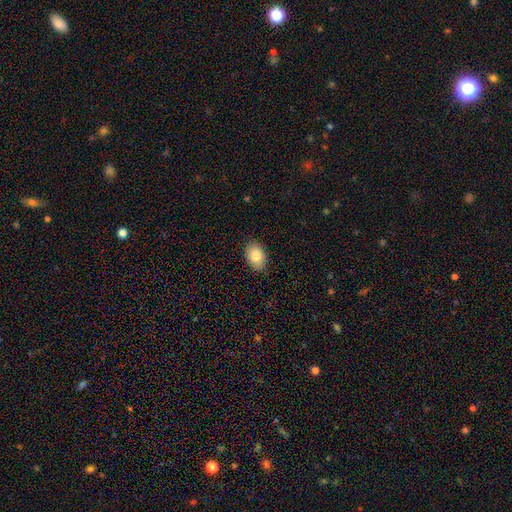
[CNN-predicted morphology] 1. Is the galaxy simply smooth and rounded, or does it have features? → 85% smooth, 8% featured or disk, 7% star or artifact.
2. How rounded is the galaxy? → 86% in between, 13% round, 1% cigar-shaped.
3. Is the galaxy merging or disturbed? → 87% none, 10% minor disturbance, 2% major disturbance, 1% merger.